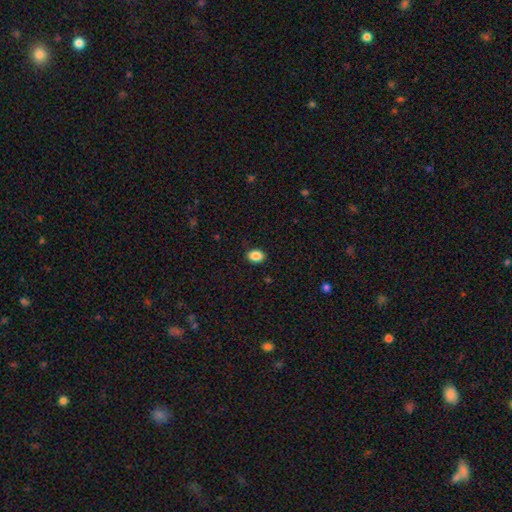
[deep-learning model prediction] Smooth or featured?
  - smooth: 88% *
  - star or artifact: 9%
  - featured or disk: 4%
How rounded?
  - in between: 76% *
  - round: 22%
  - cigar-shaped: 1%
Merging?
  - none: 88% *
  - minor disturbance: 9%
  - major disturbance: 2%
  - merger: 1%